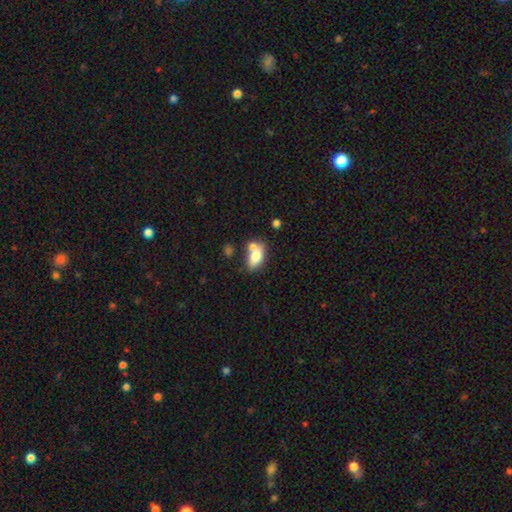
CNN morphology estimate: Smooth or featured? smooth (76%)
How rounded? in between (87%)
Merging? none (44%)